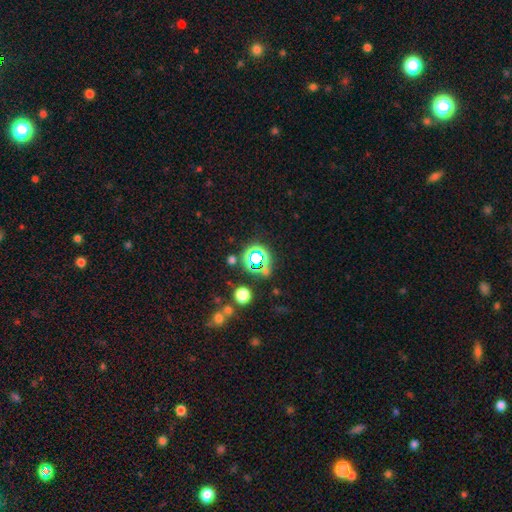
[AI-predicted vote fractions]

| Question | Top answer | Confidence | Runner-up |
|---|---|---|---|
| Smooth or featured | star or artifact | 63% | smooth (28%) |